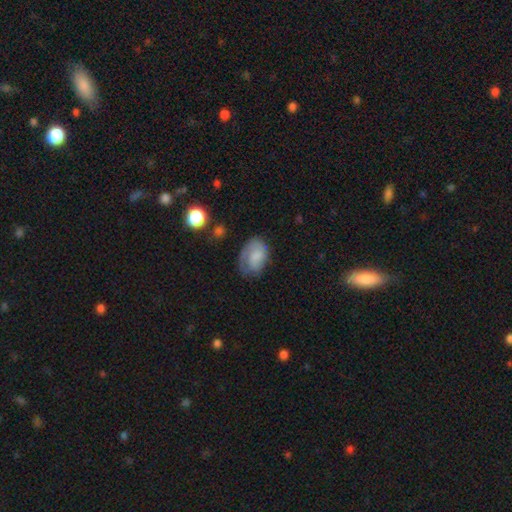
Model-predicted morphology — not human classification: The model was most divided on "smooth or featured": smooth: 54%, featured or disk: 38%, star or artifact: 8%. Remaining: how rounded — in between (78%); merging — none (49%).